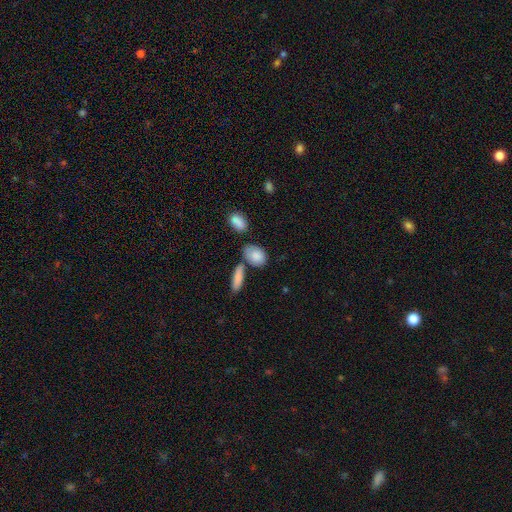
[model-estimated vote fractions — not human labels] Smooth or featured? smooth (85%)
How rounded? in between (82%)
Merging? none (60%)